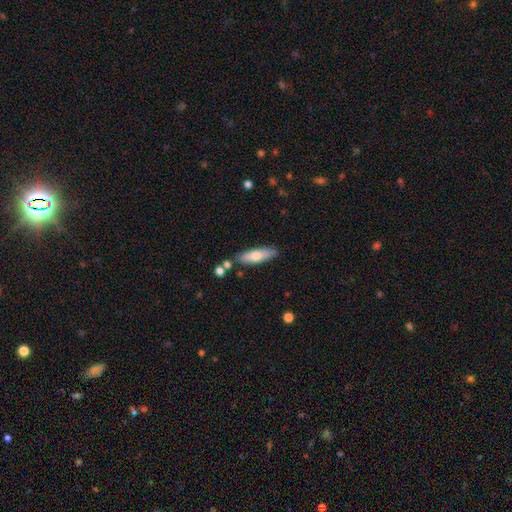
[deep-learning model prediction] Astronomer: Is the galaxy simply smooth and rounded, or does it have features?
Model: smooth — 67%.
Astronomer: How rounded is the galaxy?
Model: cigar-shaped — 57% (runner-up: in between, 41%).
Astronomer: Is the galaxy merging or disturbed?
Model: none — 81%.